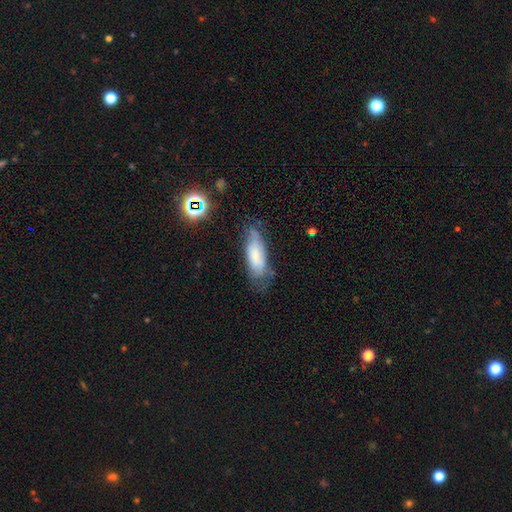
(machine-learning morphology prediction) This is likely a smooth galaxy (63%). How rounded: likely in between (68%). Merging: possibly none (54%).